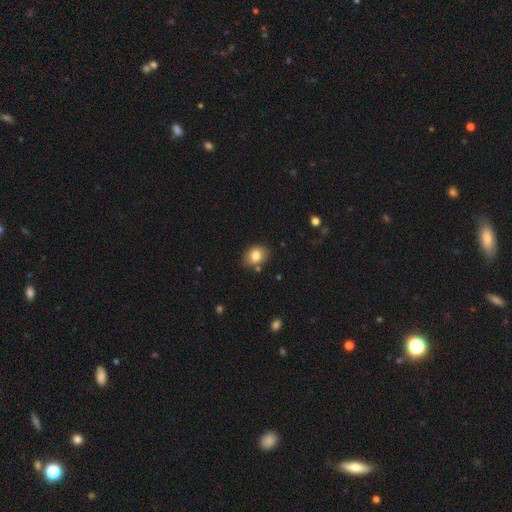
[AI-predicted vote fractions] The model was most divided on "how rounded": in between: 59%, round: 40%, cigar-shaped: 1%. More confident: merging — none (82%); smooth or featured — smooth (82%).